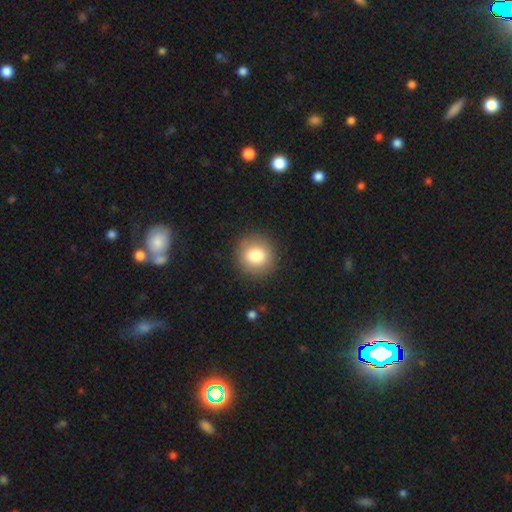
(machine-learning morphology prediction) Smooth or featured?
  - smooth: 81% *
  - star or artifact: 10%
  - featured or disk: 9%
How rounded?
  - round: 90% *
  - in between: 9%
  - cigar-shaped: 1%
Merging?
  - none: 90% *
  - minor disturbance: 7%
  - major disturbance: 2%
  - merger: 1%